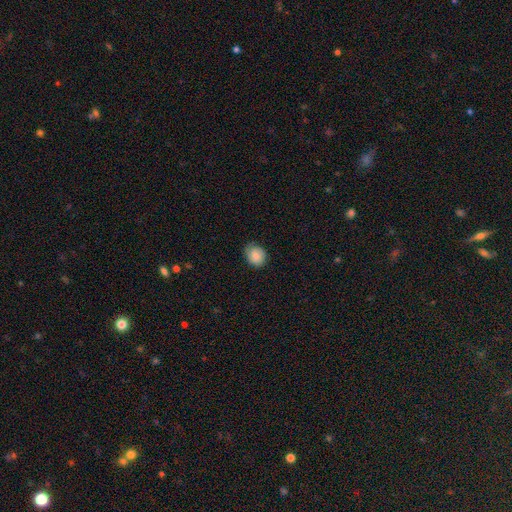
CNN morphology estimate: smooth 79%, featured or disk 14%, star or artifact 8%. Down the decision tree: how rounded — round (59%); merging — none (69%).